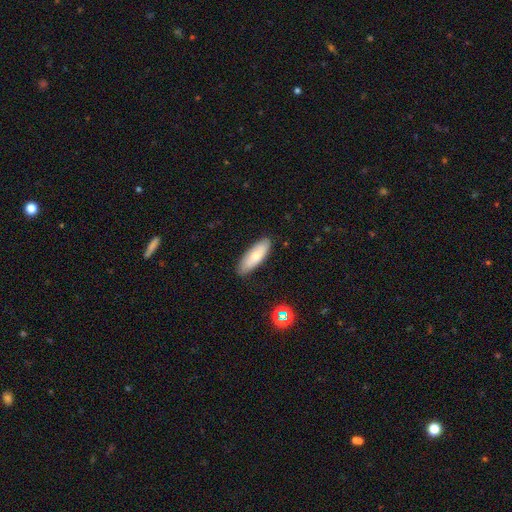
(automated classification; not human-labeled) Smooth or featured? Predicted: smooth (p=0.76). How rounded? Predicted: in between (p=0.60). Merging? Predicted: none (p=0.85).